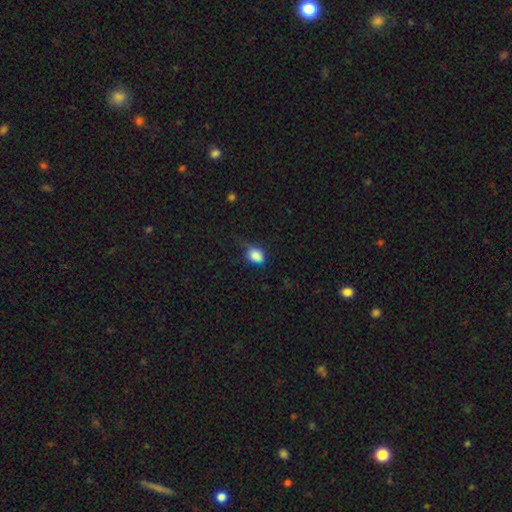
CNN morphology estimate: smooth-or-featured: smooth: 77% | star or artifact: 13% | featured or disk: 10%
  how-rounded: round: 64% | in between: 34% | cigar-shaped: 2%
  merging: none: 48% | minor disturbance: 34% | major disturbance: 15% | merger: 3%